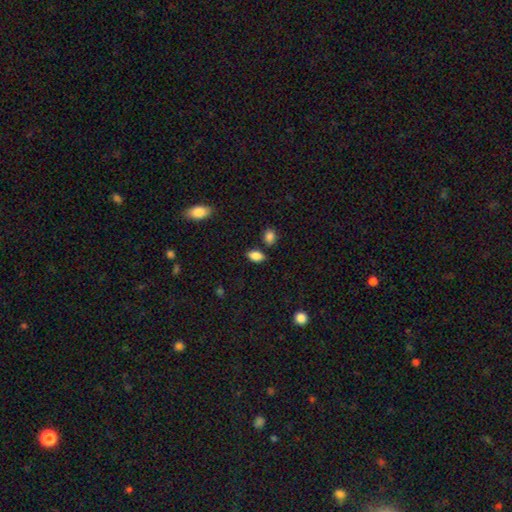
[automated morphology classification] This is clearly a smooth galaxy (85%). How rounded: clearly in between (89%). Merging: likely none (79%).